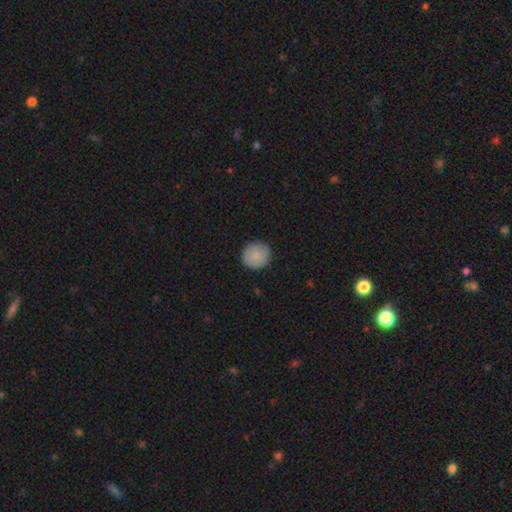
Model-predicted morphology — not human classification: Q: Smooth or featured?
A: smooth (87%); runner-up: star or artifact (7%)
Q: How rounded?
A: round (94%); runner-up: in between (5%)
Q: Merging?
A: none (90%); runner-up: minor disturbance (8%)